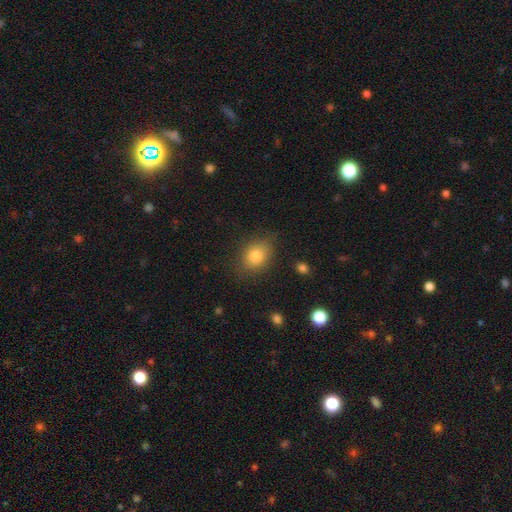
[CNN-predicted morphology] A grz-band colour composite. It shows a smooth galaxy with no disk features (81%) that is in between round and cigar-shaped (59%). Merging: none (80%).